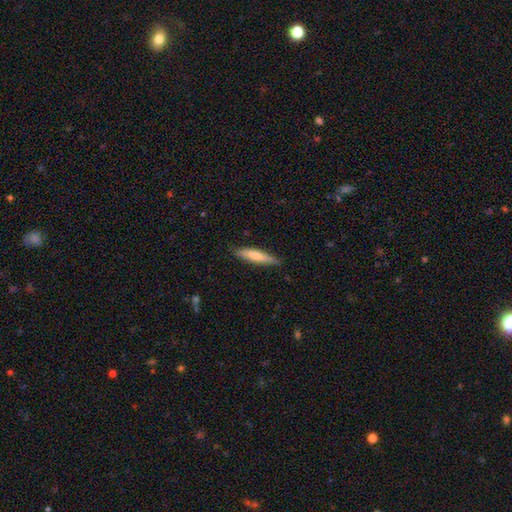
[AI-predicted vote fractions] A smooth galaxy with no disk features (67%) that is cigar-shaped (86%).

Vote fractions:
- Smooth or featured? smooth: 67% / featured or disk: 27% / star or artifact: 6%
- How rounded? cigar-shaped: 86% / in between: 12% / round: 1%
- Merging? none: 84% / minor disturbance: 13% / major disturbance: 2% / merger: 1%